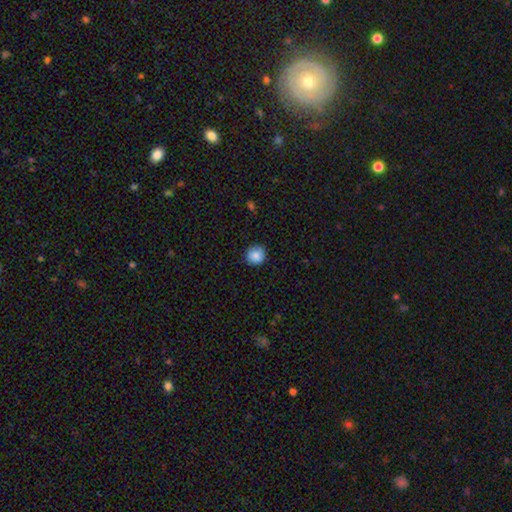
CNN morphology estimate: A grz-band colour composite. It shows a smooth galaxy with no disk features (86%) that is round (91%). Merging: none (89%).